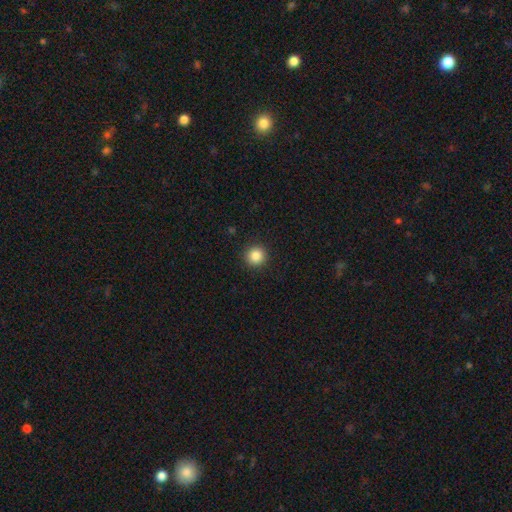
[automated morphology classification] A smooth galaxy with no disk features (86%) that is round (95%).

Vote fractions:
- Smooth or featured? smooth: 86% / star or artifact: 11% / featured or disk: 4%
- How rounded? round: 95% / in between: 4% / cigar-shaped: 1%
- Merging? none: 92% / minor disturbance: 5% / major disturbance: 2% / merger: 1%